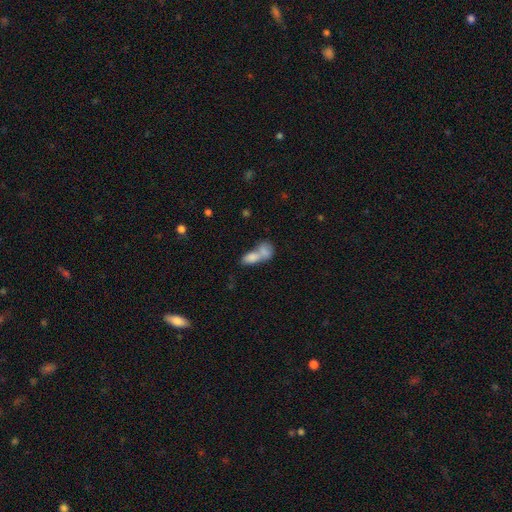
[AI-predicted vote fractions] This appears to be a smooth galaxy with no disk features (78%) that is in between round and cigar-shaped (83%). Merging: merger (71%).